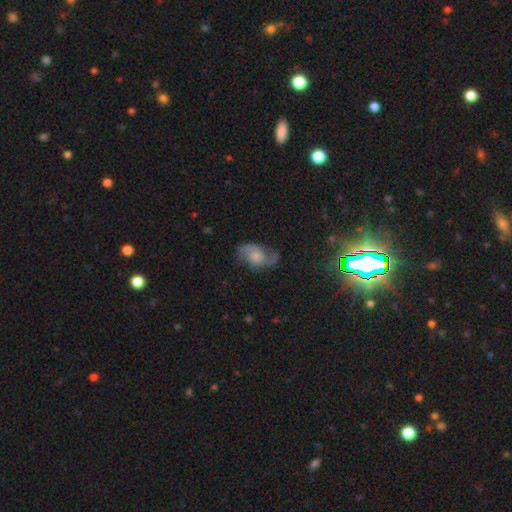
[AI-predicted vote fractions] Overall: featured or disk (76%). Edge-on disk: no (97%). Bar: no (69%). Spiral arms: yes (94%). Spiral arm count: 2 (90%). Spiral winding: loose (44%; medium 43%). Bulge size: small (44%; moderate 35%). Merging: none (68%).